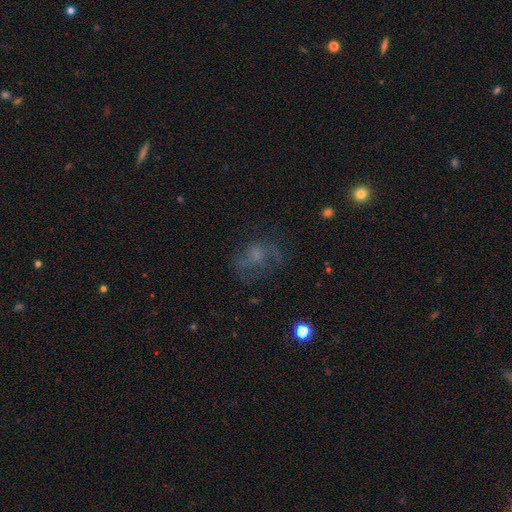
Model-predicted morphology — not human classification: A featured or disk galaxy (43%). Merging: none (48%).